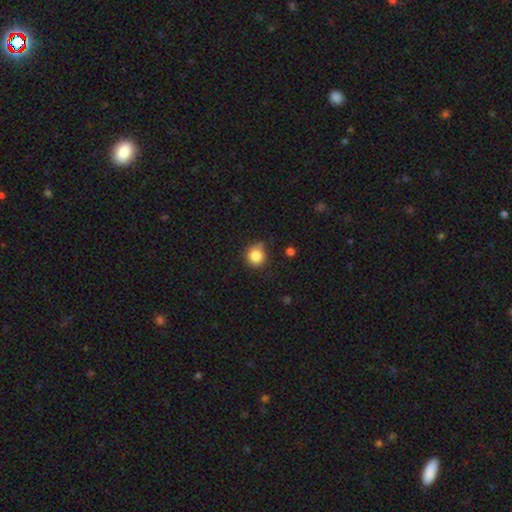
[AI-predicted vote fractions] Smooth or featured?
  - smooth: 85% *
  - star or artifact: 10%
  - featured or disk: 5%
How rounded?
  - round: 85% *
  - in between: 14%
  - cigar-shaped: 1%
Merging?
  - none: 69% *
  - minor disturbance: 23%
  - major disturbance: 5%
  - merger: 3%